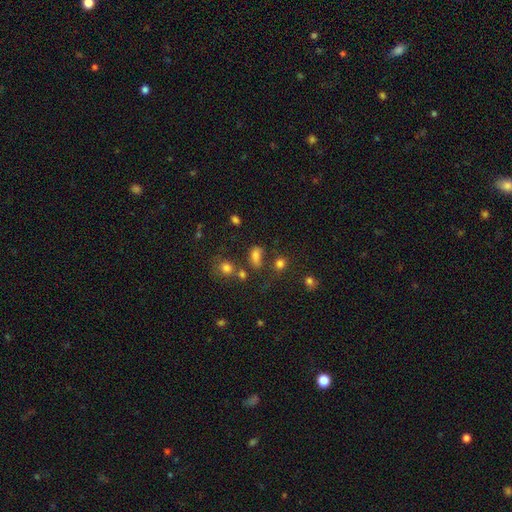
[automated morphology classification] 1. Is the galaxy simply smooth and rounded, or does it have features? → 74% smooth, 17% star or artifact, 9% featured or disk.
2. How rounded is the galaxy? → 78% in between, 19% round, 3% cigar-shaped.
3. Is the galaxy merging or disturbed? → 54% none, 18% minor disturbance, 16% merger, 11% major disturbance.